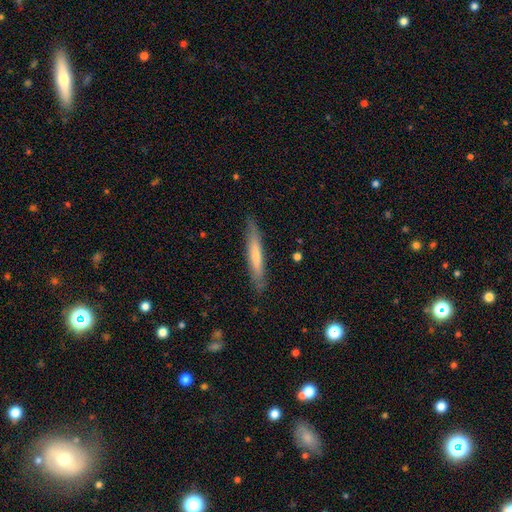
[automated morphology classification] type=smooth (56%); roundness=cigar-shaped (94%); merging=none (86%).